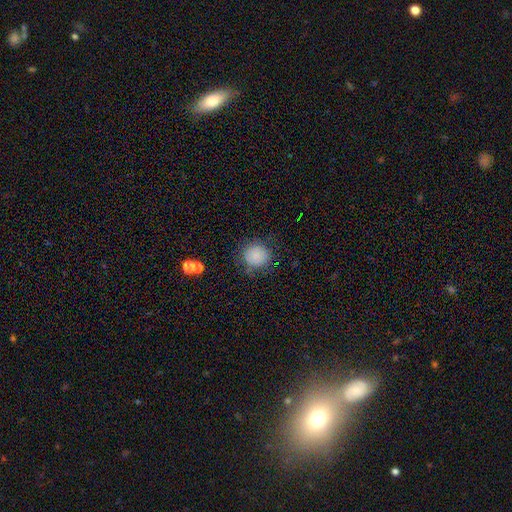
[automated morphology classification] Smooth or featured? smooth (82%)
How rounded? round (86%)
Merging? none (77%)